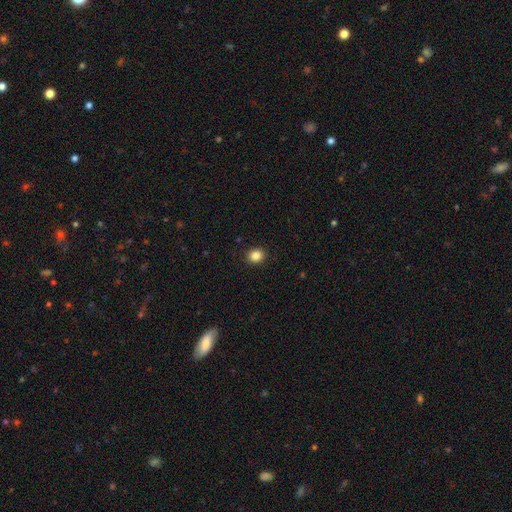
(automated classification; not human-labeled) smooth 85%, star or artifact 10%, featured or disk 4%. Down the decision tree: how rounded — round (72%); merging — none (91%).